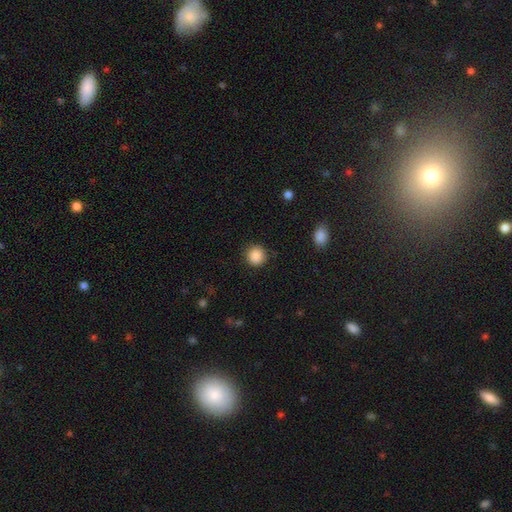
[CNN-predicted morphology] Smooth or featured? smooth (88%)
How rounded? round (93%)
Merging? none (89%)